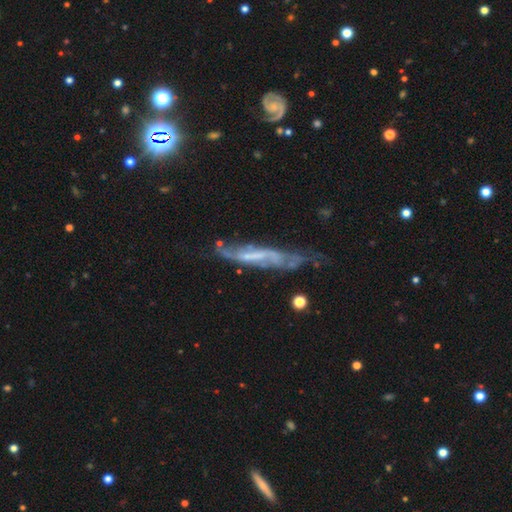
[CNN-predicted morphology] smooth_or_featured: featured or disk (p=0.72) [alt: smooth p=0.20]
disk_edge_on: no (p=0.52) [alt: yes p=0.48]
merging: none (p=0.48) [alt: minor disturbance p=0.28]